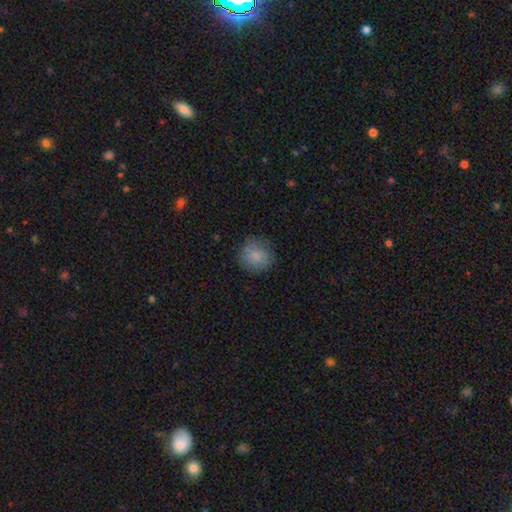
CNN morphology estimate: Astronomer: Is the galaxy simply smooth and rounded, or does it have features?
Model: smooth — 81%.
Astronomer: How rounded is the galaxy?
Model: round — 90%.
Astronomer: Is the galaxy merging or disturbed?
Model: none — 80%.